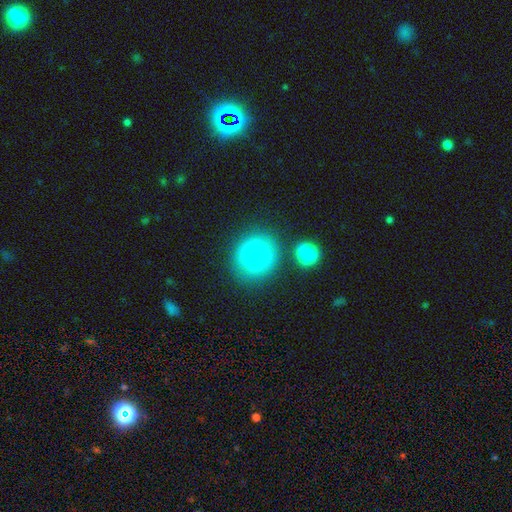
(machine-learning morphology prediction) Smooth or featured? Predicted: smooth (p=0.65). How rounded? Predicted: round (p=0.66). Merging? Predicted: none (p=0.62).